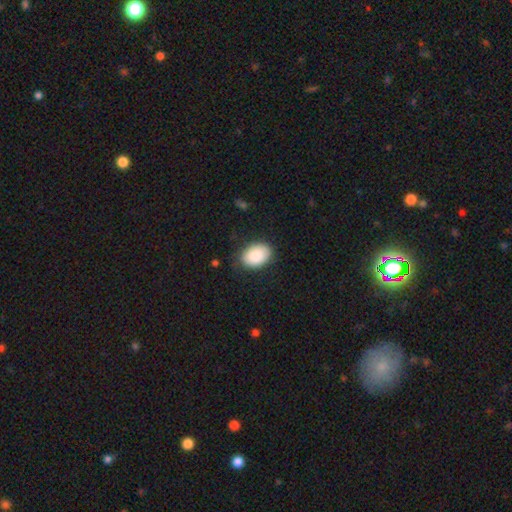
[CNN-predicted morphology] Q: Smooth or featured?
A: smooth (87%); runner-up: featured or disk (7%)
Q: How rounded?
A: in between (83%); runner-up: round (16%)
Q: Merging?
A: none (82%); runner-up: minor disturbance (14%)